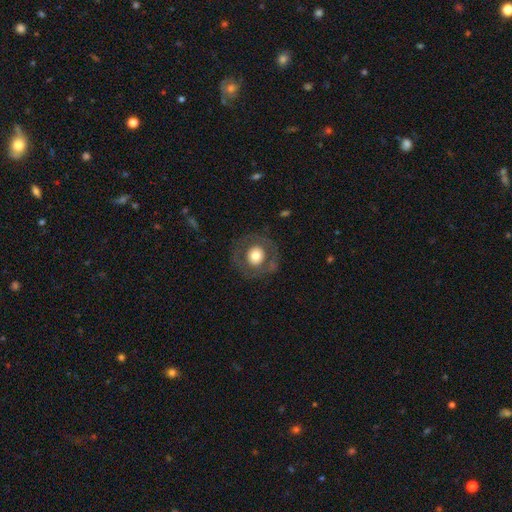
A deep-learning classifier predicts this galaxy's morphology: smooth_or_featured: smooth (p=0.57) [alt: featured or disk p=0.35]
how_rounded: round (p=0.91) [alt: in between p=0.08]
merging: none (p=0.79) [alt: minor disturbance p=0.11]